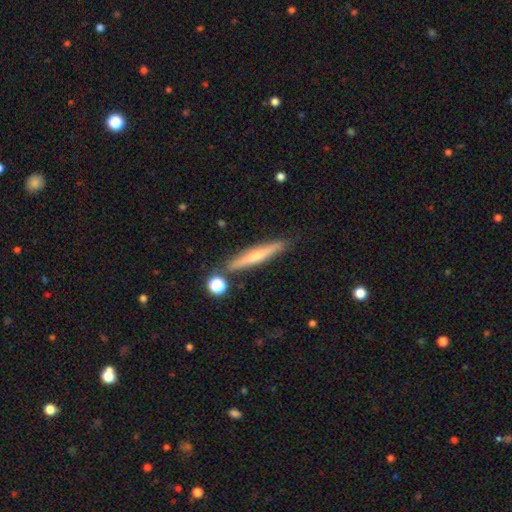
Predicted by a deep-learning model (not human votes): Smooth or featured? Predicted: featured or disk (p=0.54). Edge-on disk? Predicted: yes (p=0.95). Edge-on bulge? Predicted: rounded (p=0.71). Merging? Predicted: none (p=0.84).